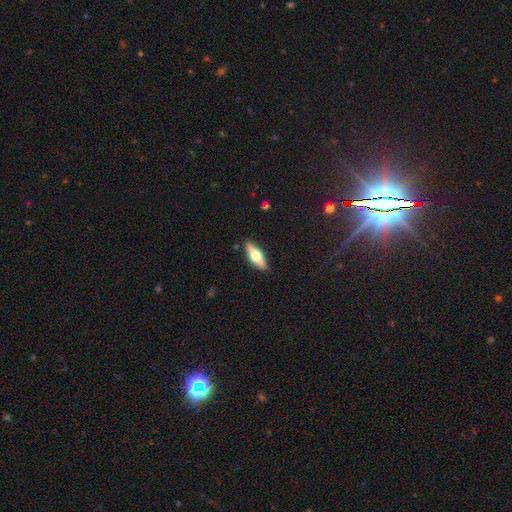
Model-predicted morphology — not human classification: This is possibly a featured or disk galaxy (51%). It is clearly viewed edge-on (91%). Merging: clearly none (88%).